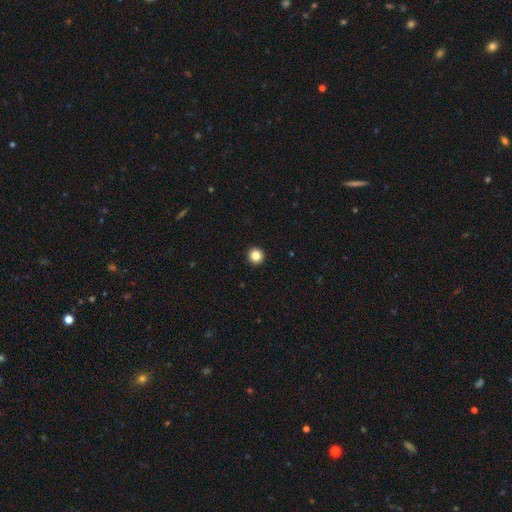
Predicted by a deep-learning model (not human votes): This appears to be a smooth galaxy with no disk features (85%) that is round (96%). Merging: none (94%).